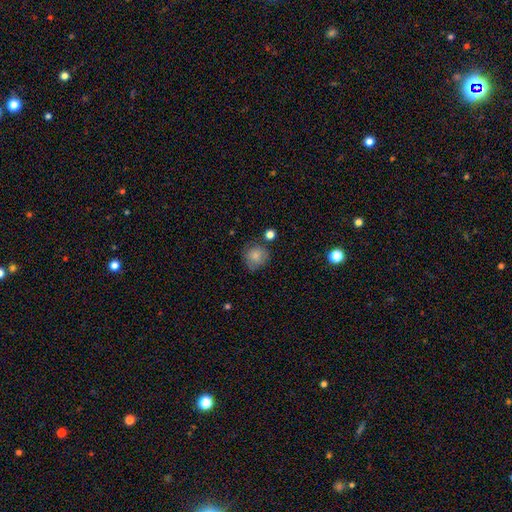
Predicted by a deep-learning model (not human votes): A smooth galaxy with no disk features (82%) that is round (85%). Merging: none (70%).